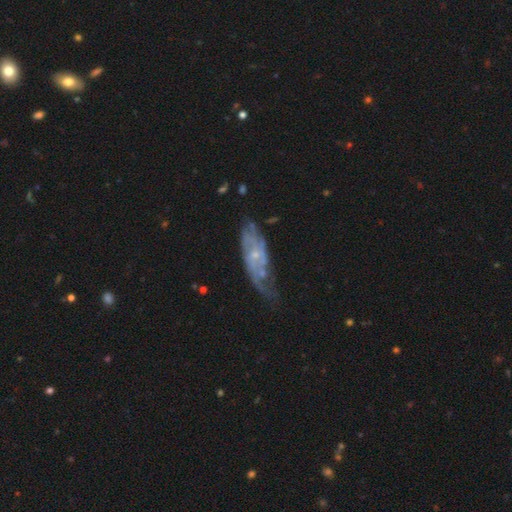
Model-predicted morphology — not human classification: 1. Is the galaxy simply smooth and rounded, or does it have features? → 72% featured or disk, 20% smooth, 7% star or artifact.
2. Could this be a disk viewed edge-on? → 86% no, 14% yes.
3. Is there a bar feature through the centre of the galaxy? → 68% no, 27% weak, 5% strong.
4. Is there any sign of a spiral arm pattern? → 79% yes, 21% no.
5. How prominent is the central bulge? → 74% small, 18% moderate, 6% none, 1% large, 1% dominant.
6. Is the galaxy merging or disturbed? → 50% none, 30% minor disturbance, 16% major disturbance, 4% merger.